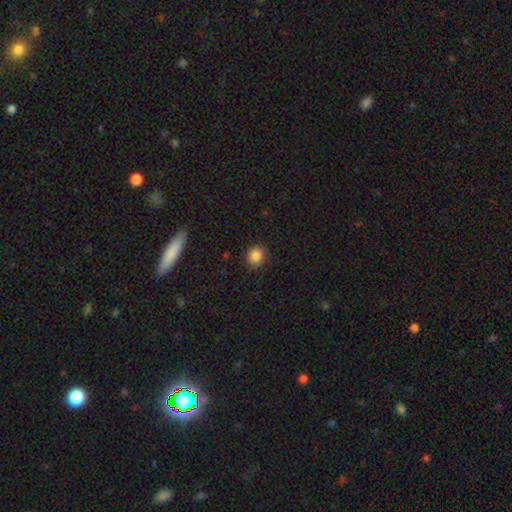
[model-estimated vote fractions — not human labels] This is clearly a smooth galaxy (85%). How rounded: likely round (74%). Merging: clearly none (86%).